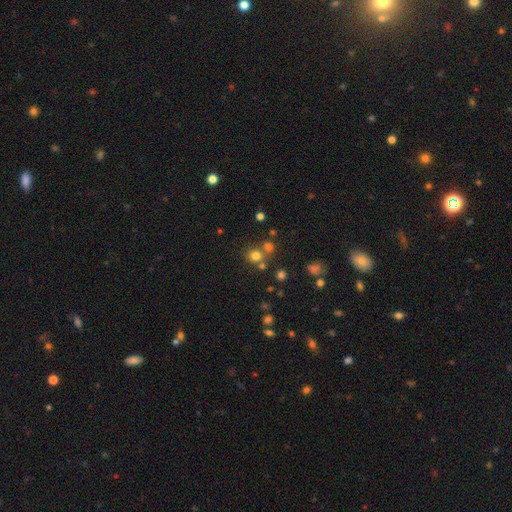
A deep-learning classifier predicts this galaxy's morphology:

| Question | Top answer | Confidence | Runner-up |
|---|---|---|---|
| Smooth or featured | smooth | 71% | star or artifact (20%) |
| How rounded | round | 86% | in between (13%) |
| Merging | none | 63% | merger (25%) |